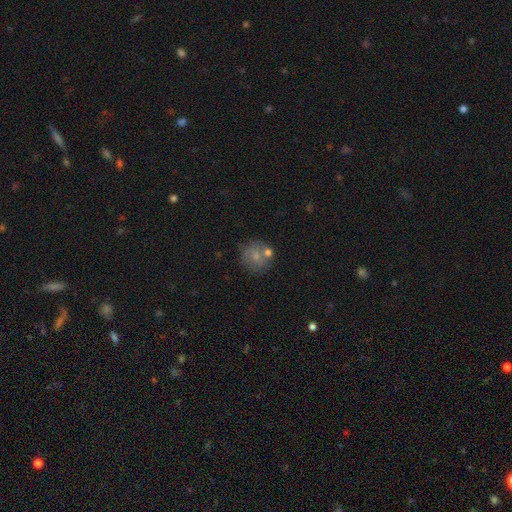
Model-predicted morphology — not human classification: smooth_or_featured: smooth (p=0.67) [alt: featured or disk p=0.23]
how_rounded: round (p=0.85) [alt: in between p=0.14]
merging: none (p=0.59) [alt: merger p=0.19]